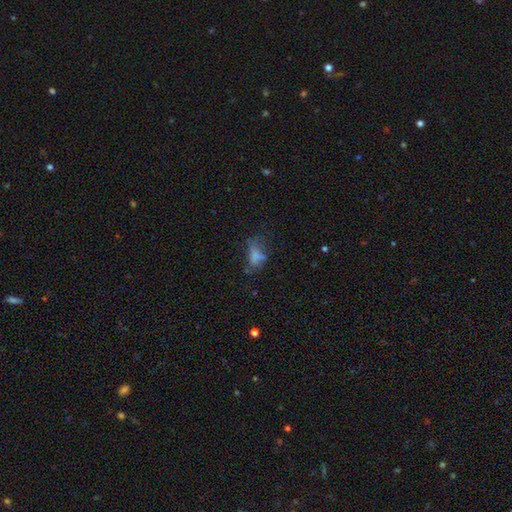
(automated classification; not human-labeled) This is likely a smooth galaxy (61%). How rounded: clearly in between (84%). Merging: marginally none (35%).